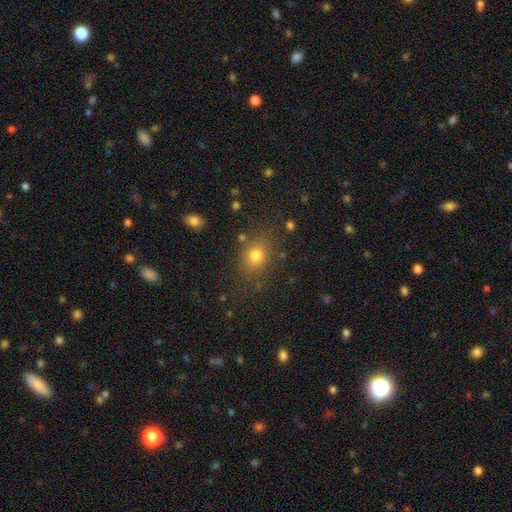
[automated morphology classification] Smooth or featured? Predicted: smooth (p=0.76). How rounded? Predicted: in between (p=0.51). Merging? Predicted: none (p=0.81).